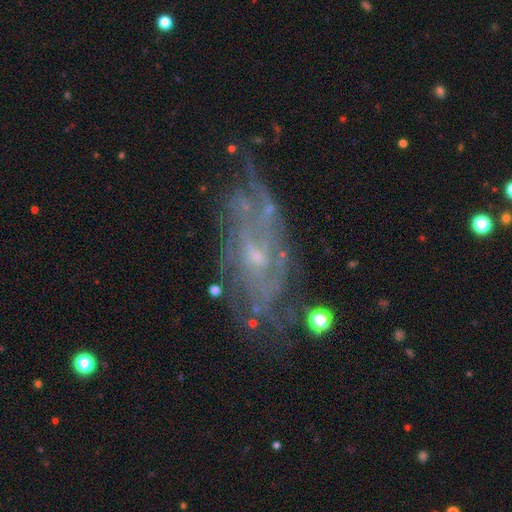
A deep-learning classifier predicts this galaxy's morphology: A featured or disk galaxy (83%) with no bar (53%), tight (48%) spiral arms (86%) and a small central bulge (70%). Merging: none (62%).